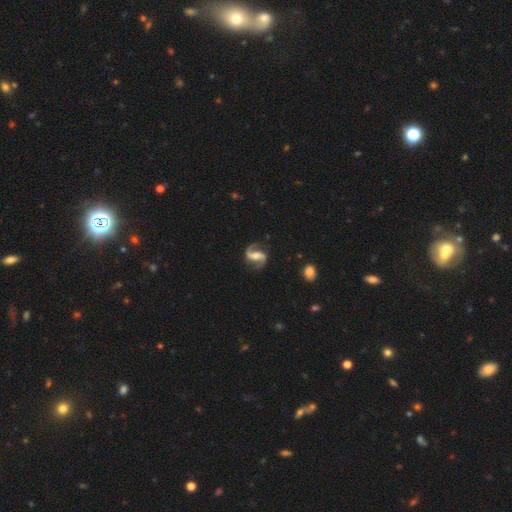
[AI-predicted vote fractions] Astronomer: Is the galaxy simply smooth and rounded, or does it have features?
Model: featured or disk — 91%.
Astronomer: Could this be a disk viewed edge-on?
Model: no — 98%.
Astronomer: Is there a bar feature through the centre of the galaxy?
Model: weak — 40% (runner-up: strong, 36%).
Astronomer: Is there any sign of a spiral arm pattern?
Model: yes — 98%.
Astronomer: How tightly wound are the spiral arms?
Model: medium — 46% (runner-up: loose, 45%).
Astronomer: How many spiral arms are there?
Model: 2 — 94%.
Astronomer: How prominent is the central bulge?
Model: moderate — 49% (runner-up: small, 30%).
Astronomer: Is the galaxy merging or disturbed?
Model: none — 81%.